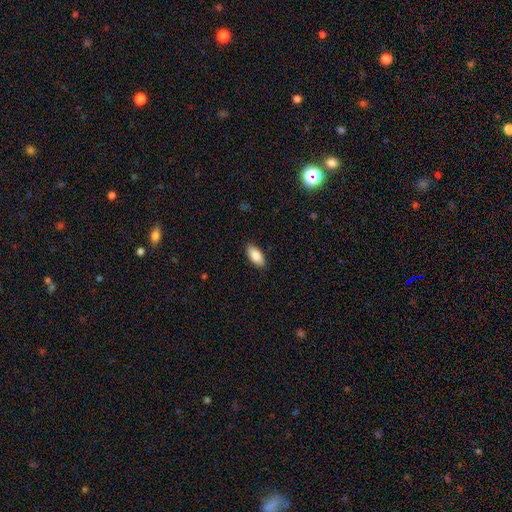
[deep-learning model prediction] This is clearly a smooth galaxy (87%). How rounded: clearly in between (91%). Merging: clearly none (89%).